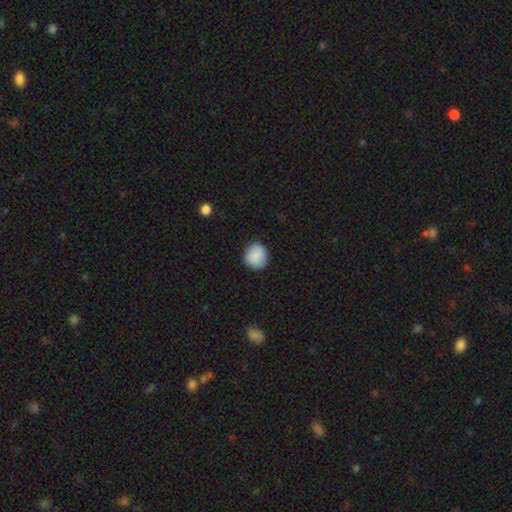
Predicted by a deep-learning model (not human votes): Smooth or featured?
  - smooth: 88% *
  - star or artifact: 7%
  - featured or disk: 5%
How rounded?
  - round: 89% *
  - in between: 10%
  - cigar-shaped: 1%
Merging?
  - none: 88% *
  - minor disturbance: 9%
  - major disturbance: 2%
  - merger: 1%